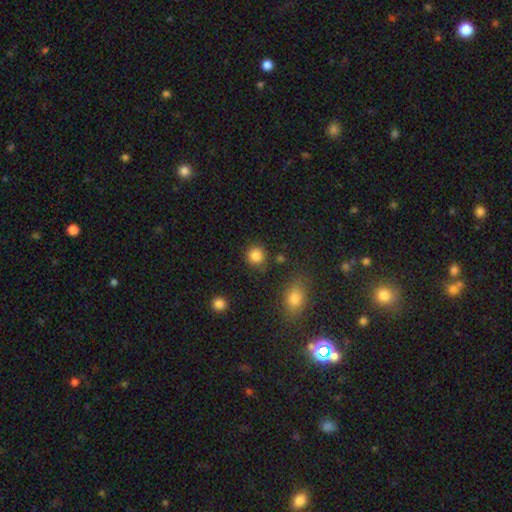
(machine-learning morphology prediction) smooth_or_featured: smooth (p=0.85) [alt: star or artifact p=0.11]
how_rounded: round (p=0.91) [alt: in between p=0.08]
merging: none (p=0.85) [alt: minor disturbance p=0.09]